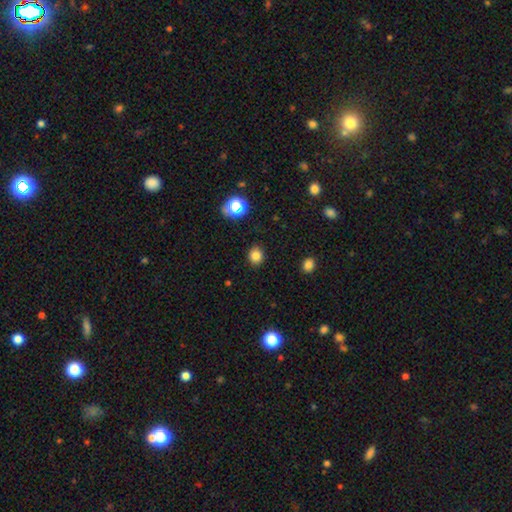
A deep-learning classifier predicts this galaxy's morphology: smooth-or-featured: smooth: 82% | star or artifact: 13% | featured or disk: 5%
  how-rounded: round: 76% | in between: 23% | cigar-shaped: 1%
  merging: none: 88% | minor disturbance: 8% | major disturbance: 2% | merger: 1%